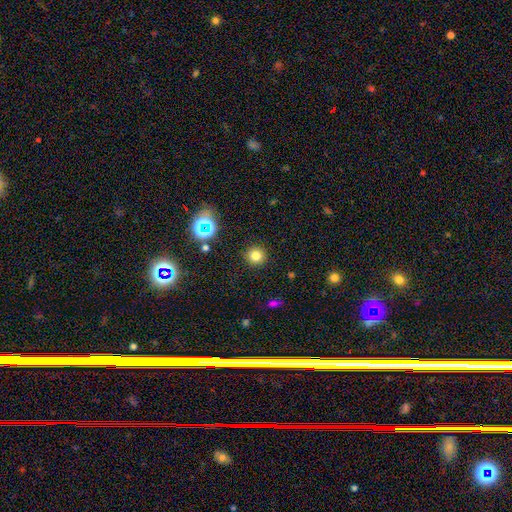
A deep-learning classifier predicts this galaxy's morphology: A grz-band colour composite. It shows a smooth galaxy with no disk features (77%) that is round (95%). Merging: none (91%).